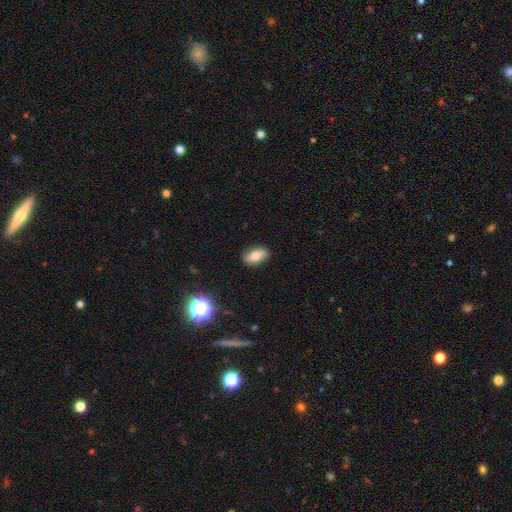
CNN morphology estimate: Smooth or featured? smooth (73%)
How rounded? in between (88%)
Merging? none (87%)